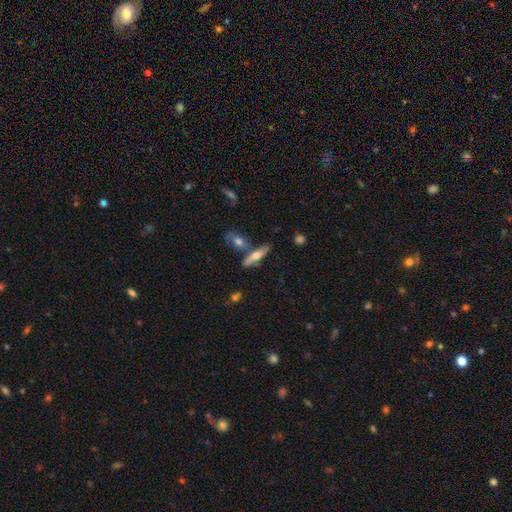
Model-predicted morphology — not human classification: type=smooth (50%); roundness=cigar-shaped (67%); merging=none (66%).